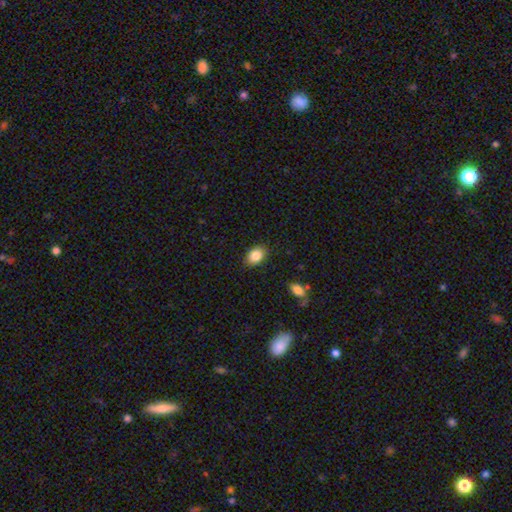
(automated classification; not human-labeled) Smooth or featured?
  - smooth: 86% *
  - star or artifact: 8%
  - featured or disk: 6%
How rounded?
  - in between: 80% *
  - round: 19%
  - cigar-shaped: 1%
Merging?
  - none: 86% *
  - minor disturbance: 10%
  - major disturbance: 2%
  - merger: 1%